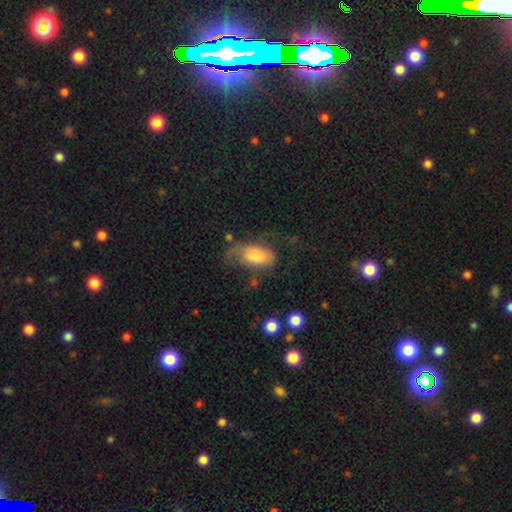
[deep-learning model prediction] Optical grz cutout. It shows a smooth galaxy with no disk features (54%) that is in between round and cigar-shaped (91%). Merging: major disturbance (37%).